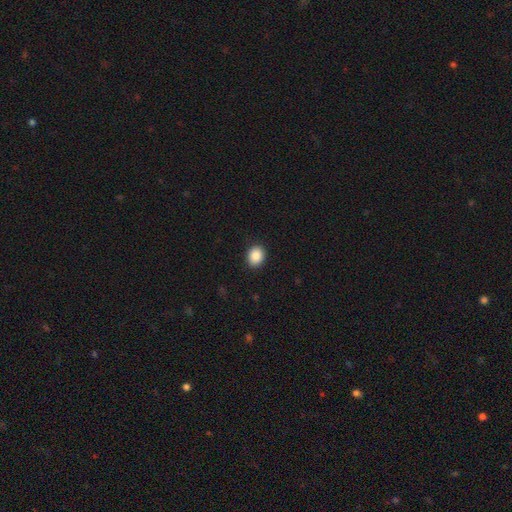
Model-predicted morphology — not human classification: Q: Smooth or featured?
A: smooth (88%); runner-up: star or artifact (8%)
Q: How rounded?
A: round (51%); runner-up: in between (48%)
Q: Merging?
A: none (90%); runner-up: minor disturbance (7%)